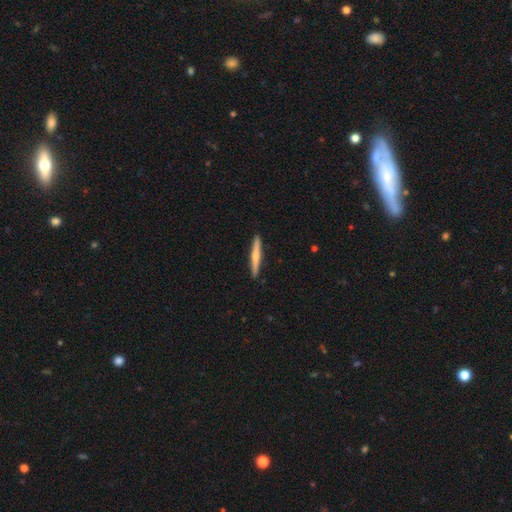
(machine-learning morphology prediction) Smooth or featured? Predicted: smooth (p=0.49). Merging? Predicted: none (p=0.91).